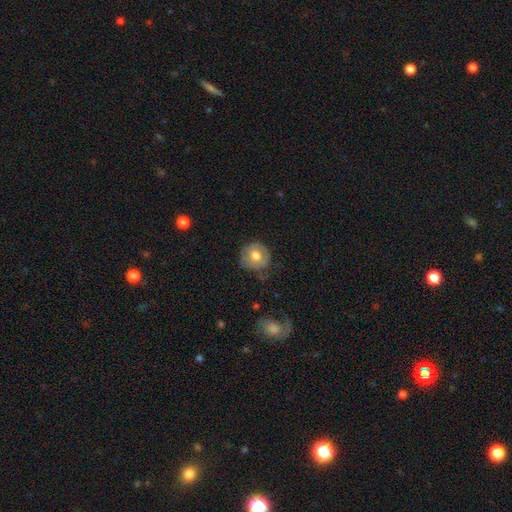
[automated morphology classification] Smooth or featured? smooth (60%)
How rounded? round (85%)
Merging? none (68%)